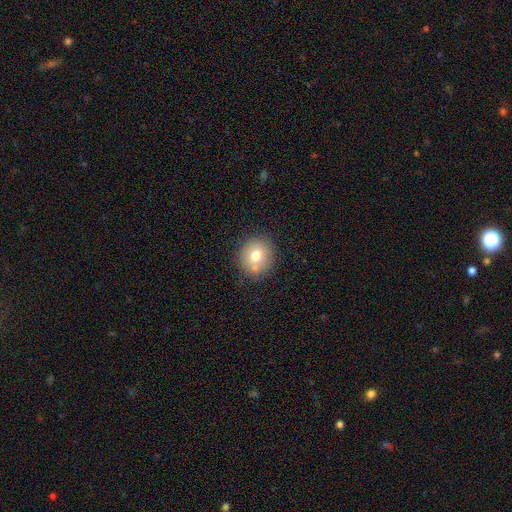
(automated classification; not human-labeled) smooth 73%, featured or disk 15%, star or artifact 12%. Down the decision tree: how rounded — round (80%); merging — none (78%).